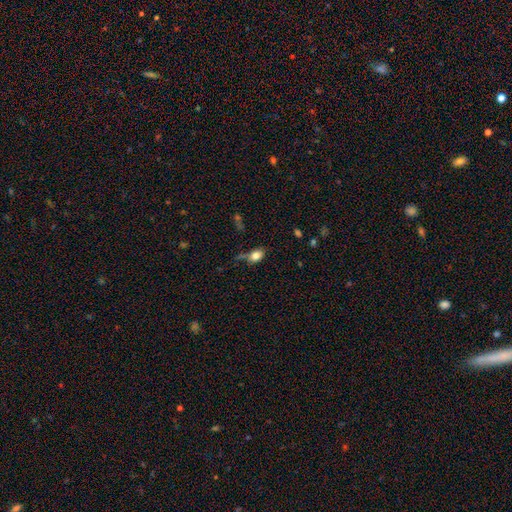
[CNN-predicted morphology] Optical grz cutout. It shows a smooth galaxy with no disk features (80%) that is in between round and cigar-shaped (79%). Merging: none (52%).